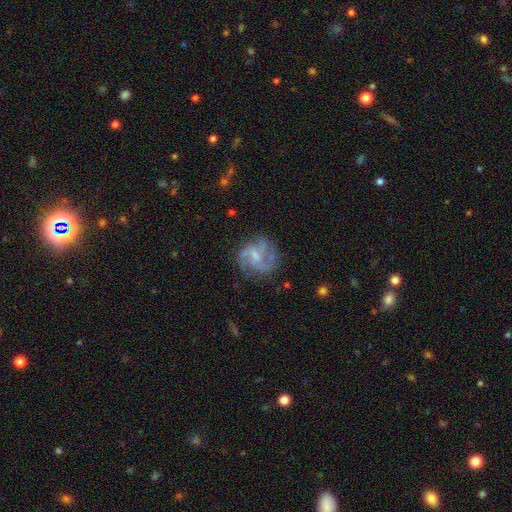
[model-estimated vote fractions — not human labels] This is likely a featured or disk galaxy (77%). It is clearly not viewed edge-on (98%). Bar: possibly no (47%). Spiral arm pattern: clearly yes (92%). Spiral arm count: marginally 3 (40%). Spiral winding: possibly medium (50%). Central bulge: marginally small (41%). Merging: likely none (69%).